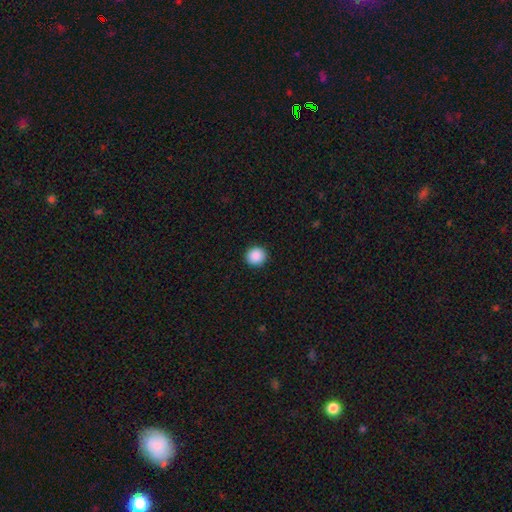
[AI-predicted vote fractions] smooth 89%, star or artifact 8%, featured or disk 2%. Down the decision tree: how rounded — round (94%); merging — none (93%).